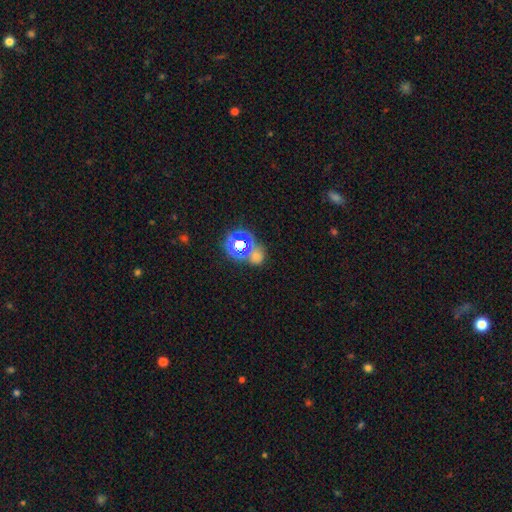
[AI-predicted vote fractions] smooth_or_featured: star or artifact (p=0.48) [alt: smooth p=0.44]